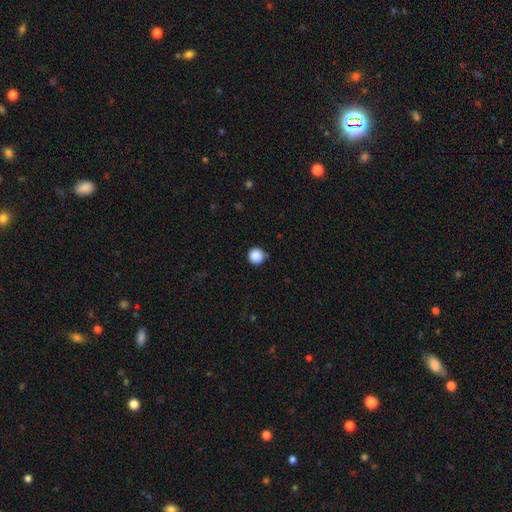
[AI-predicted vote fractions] smooth_or_featured: smooth (p=0.88) [alt: star or artifact p=0.09]
how_rounded: round (p=0.96) [alt: in between p=0.03]
merging: none (p=0.89) [alt: minor disturbance p=0.07]